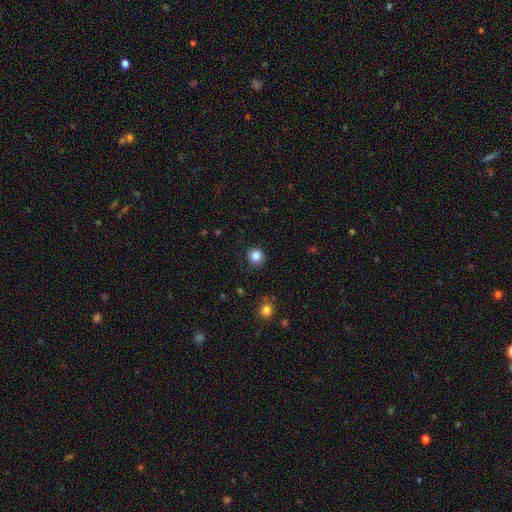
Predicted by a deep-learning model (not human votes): smooth_or_featured: smooth (p=0.85) [alt: star or artifact p=0.11]
how_rounded: round (p=0.89) [alt: in between p=0.10]
merging: none (p=0.86) [alt: minor disturbance p=0.10]